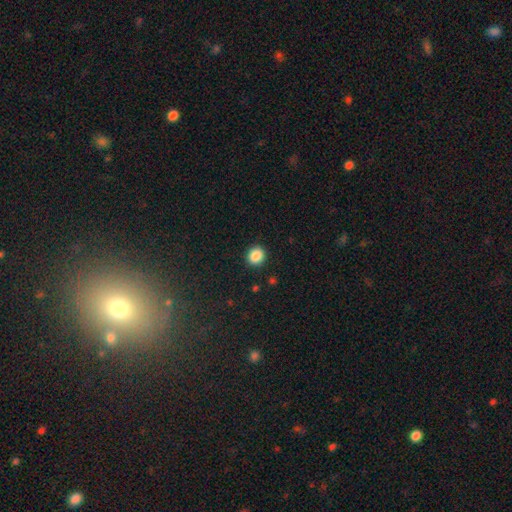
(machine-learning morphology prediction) The model was most divided on "how rounded": round: 83%, in between: 16%, cigar-shaped: 1%. More confident: merging — none (91%); smooth or featured — smooth (87%).